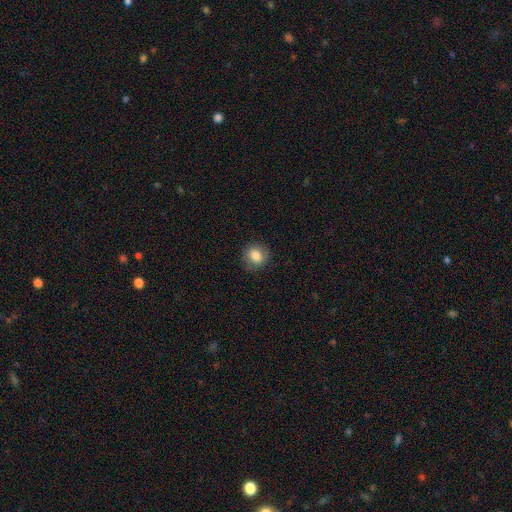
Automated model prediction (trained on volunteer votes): Smooth or featured? smooth (82%)
How rounded? round (72%)
Merging? none (84%)